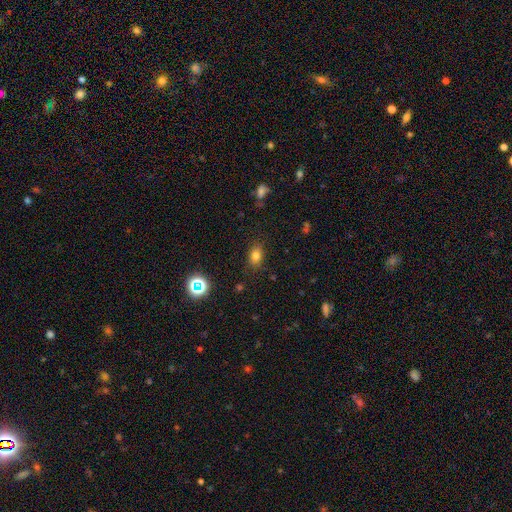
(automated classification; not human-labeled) smooth-or-featured: smooth: 78% | star or artifact: 15% | featured or disk: 7%
  how-rounded: in between: 76% | round: 22% | cigar-shaped: 2%
  merging: none: 83% | minor disturbance: 11% | major disturbance: 4% | merger: 2%